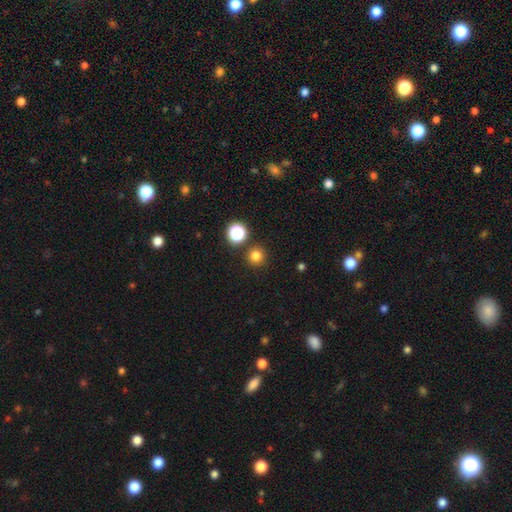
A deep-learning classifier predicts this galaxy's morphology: A smooth galaxy with no disk features (79%) that is round (95%).

Vote fractions:
- Smooth or featured? smooth: 79% / star or artifact: 16% / featured or disk: 4%
- How rounded? round: 95% / in between: 4% / cigar-shaped: 1%
- Merging? none: 87% / minor disturbance: 6% / merger: 5% / major disturbance: 2%